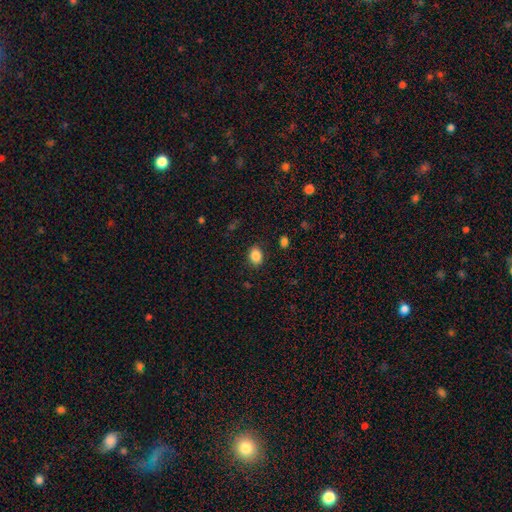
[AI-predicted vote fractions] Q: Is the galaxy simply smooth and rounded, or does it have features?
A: smooth — 87%.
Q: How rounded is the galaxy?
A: in between — 64%.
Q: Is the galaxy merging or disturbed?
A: none — 86%.